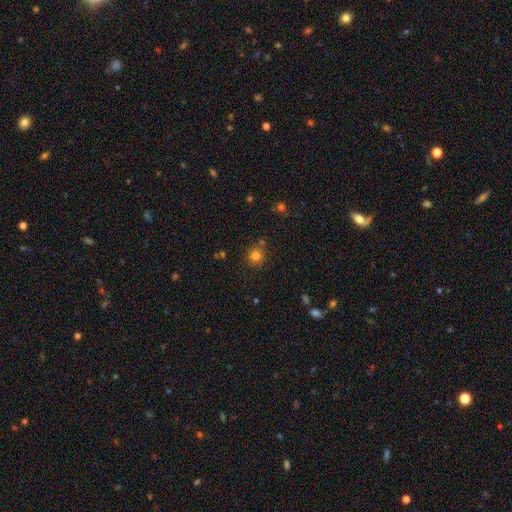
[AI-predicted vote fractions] A smooth galaxy with no disk features (80%) that is round (90%).

Vote fractions:
- Smooth or featured? smooth: 80% / star or artifact: 14% / featured or disk: 6%
- How rounded? round: 90% / in between: 9% / cigar-shaped: 1%
- Merging? none: 77% / minor disturbance: 11% / merger: 8% / major disturbance: 3%